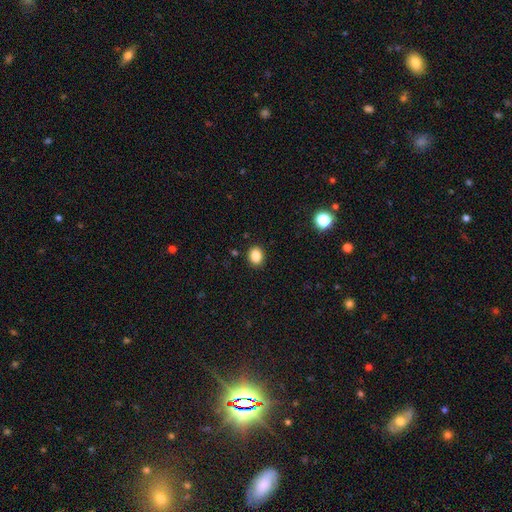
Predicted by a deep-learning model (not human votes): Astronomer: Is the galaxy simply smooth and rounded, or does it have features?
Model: smooth — 86%.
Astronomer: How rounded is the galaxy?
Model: round — 53% (runner-up: in between, 46%).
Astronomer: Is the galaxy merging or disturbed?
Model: none — 90%.